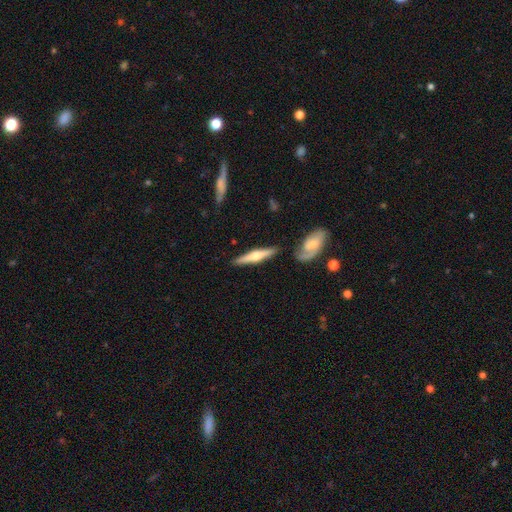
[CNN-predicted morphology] A featured or disk galaxy (67%) viewed edge-on (96%) with a rounded central bulge (90%). Merging: none (84%).